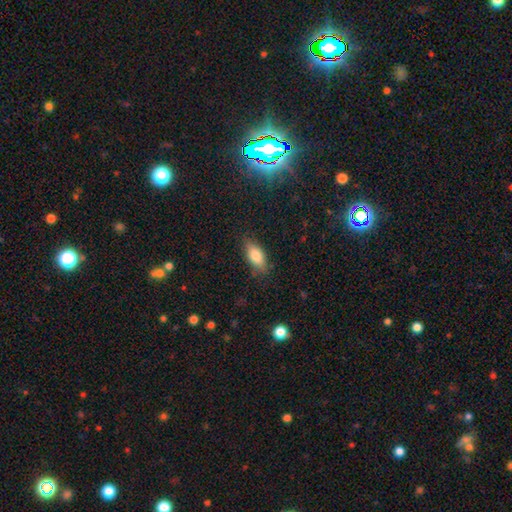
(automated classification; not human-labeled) This is clearly a smooth galaxy (80%). How rounded: clearly in between (82%). Merging: clearly none (80%).